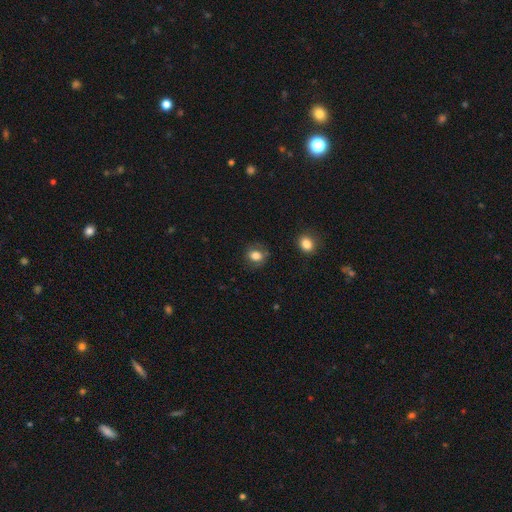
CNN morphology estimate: The model was most divided on "how rounded": round: 62%, in between: 37%, cigar-shaped: 1%. More confident: merging — none (77%); smooth or featured — smooth (76%).